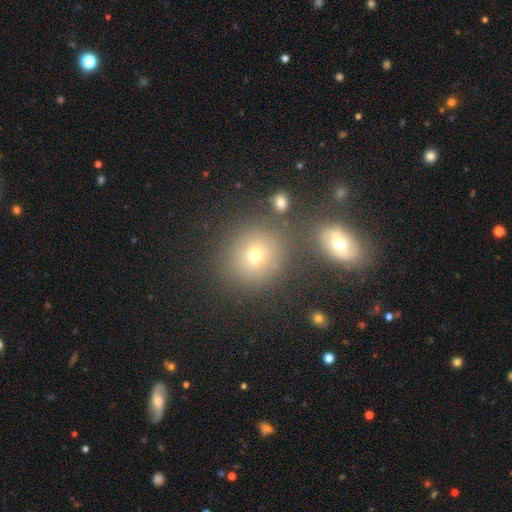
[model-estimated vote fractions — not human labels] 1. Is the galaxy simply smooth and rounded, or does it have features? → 70% smooth, 17% star or artifact, 13% featured or disk.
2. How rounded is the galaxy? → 86% round, 13% in between, 1% cigar-shaped.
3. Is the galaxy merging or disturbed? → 75% none, 11% merger, 10% minor disturbance, 4% major disturbance.